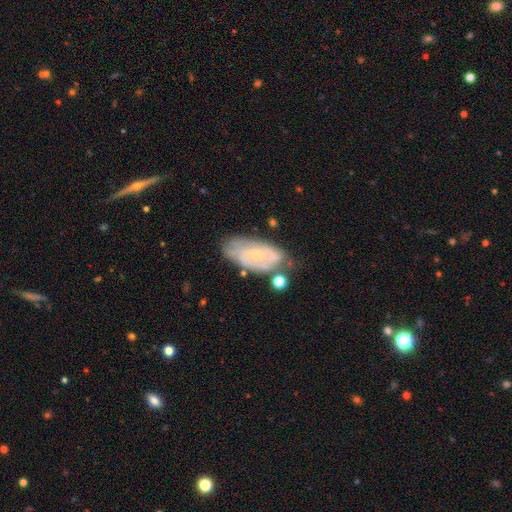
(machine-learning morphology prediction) This is likely a featured or disk galaxy (68%). It is clearly not viewed edge-on (93%). Bar: likely no (74%). Spiral arm pattern: likely yes (70%). Central bulge: likely small (75%). Merging: possibly none (58%).